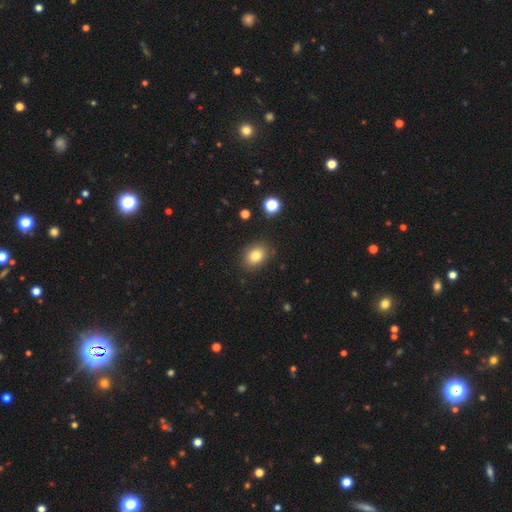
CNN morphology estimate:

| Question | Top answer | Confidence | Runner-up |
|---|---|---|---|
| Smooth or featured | smooth | 81% | star or artifact (11%) |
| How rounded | in between | 57% | round (42%) |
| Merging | none | 87% | minor disturbance (9%) |